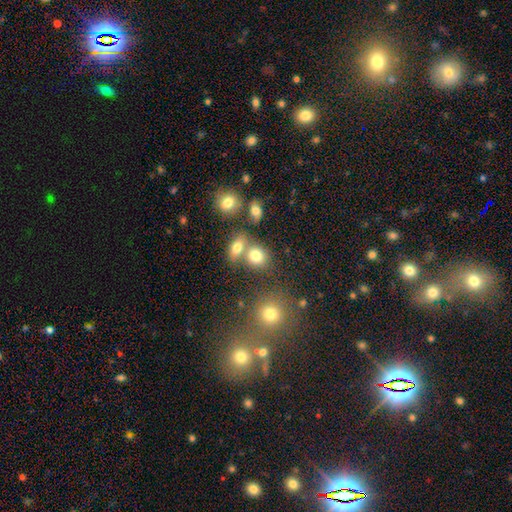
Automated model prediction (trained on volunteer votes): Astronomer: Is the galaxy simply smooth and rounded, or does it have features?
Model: smooth — 78%.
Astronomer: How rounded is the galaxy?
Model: round — 60% (runner-up: in between, 38%).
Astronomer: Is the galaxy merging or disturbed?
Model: none — 53% (runner-up: merger, 32%).